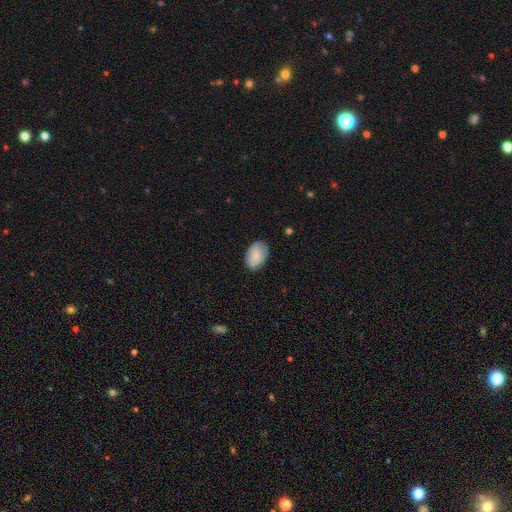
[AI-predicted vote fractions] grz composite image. It shows a smooth galaxy with no disk features (79%) that is in between round and cigar-shaped (88%). Merging: none (79%).